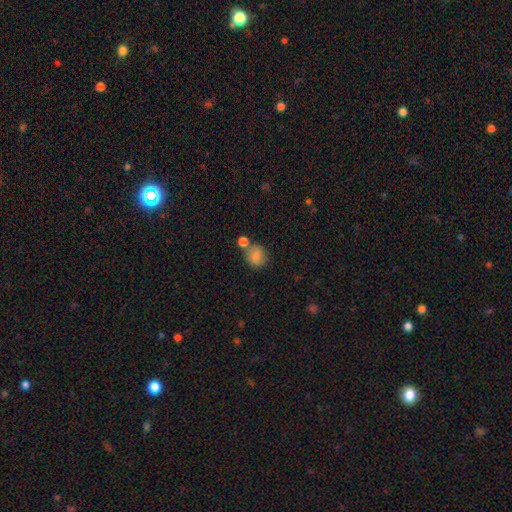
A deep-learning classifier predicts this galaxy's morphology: A smooth galaxy with no disk features (81%) that is round (75%).

Vote fractions:
- Smooth or featured? smooth: 81% / star or artifact: 10% / featured or disk: 10%
- How rounded? round: 75% / in between: 23% / cigar-shaped: 1%
- Merging? none: 59% / merger: 20% / minor disturbance: 15% / major disturbance: 5%